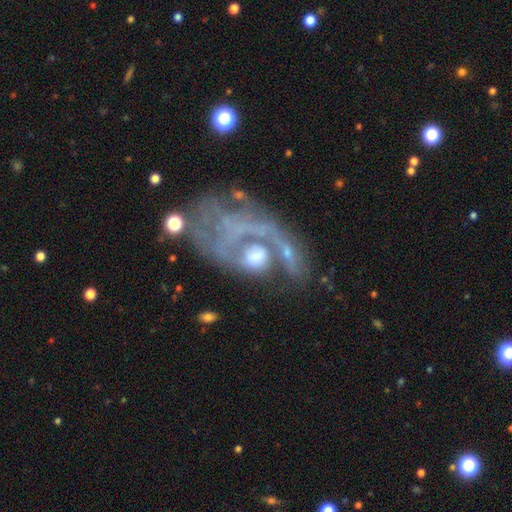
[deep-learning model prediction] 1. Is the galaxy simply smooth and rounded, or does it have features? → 71% featured or disk, 19% smooth, 10% star or artifact.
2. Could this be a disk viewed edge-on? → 95% no, 5% yes.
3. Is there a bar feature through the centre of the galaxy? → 79% no, 15% weak, 6% strong.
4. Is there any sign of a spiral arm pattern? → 52% yes, 48% no.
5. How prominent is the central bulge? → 40% moderate, 24% none, 17% large, 15% small, 4% dominant.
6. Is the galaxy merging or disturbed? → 39% major disturbance, 29% none, 18% merger, 14% minor disturbance.